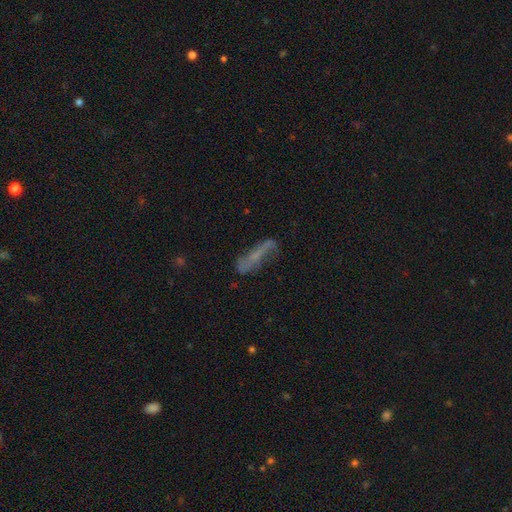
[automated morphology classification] featured or disk 53%, smooth 34%, star or artifact 12%. Down the decision tree: edge-on disk — no (68%); merging — none (56%).